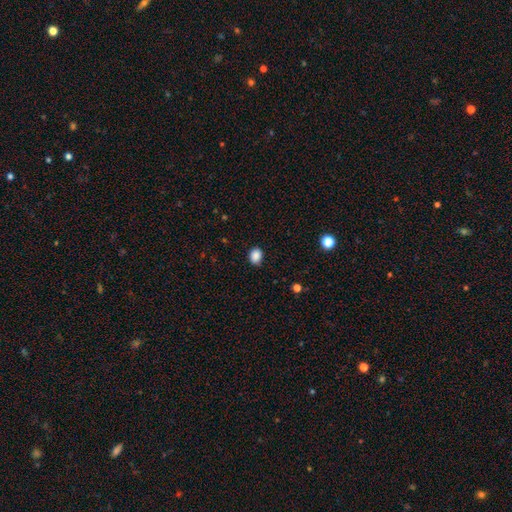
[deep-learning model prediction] Overall: smooth (88%). How rounded: round (51%; in between 49%). Merging: none (85%).